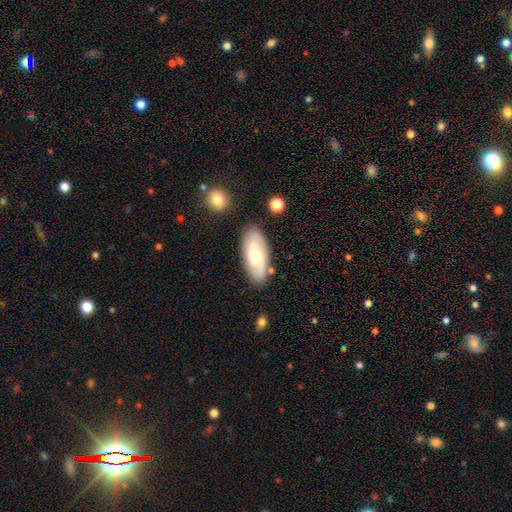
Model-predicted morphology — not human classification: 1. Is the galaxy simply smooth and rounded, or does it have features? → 56% smooth, 38% featured or disk, 6% star or artifact.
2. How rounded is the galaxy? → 84% in between, 13% cigar-shaped, 3% round.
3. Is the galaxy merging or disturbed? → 79% none, 14% minor disturbance, 4% merger, 3% major disturbance.